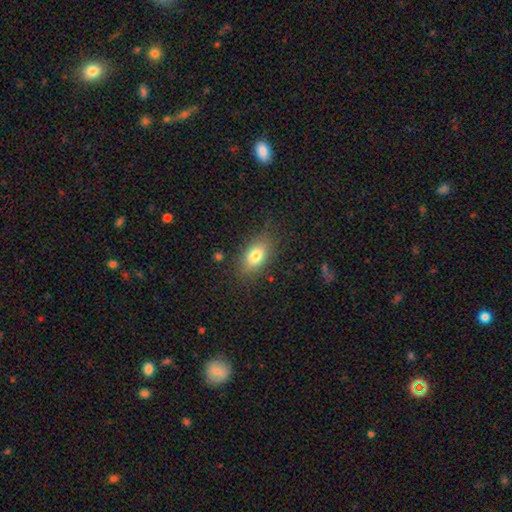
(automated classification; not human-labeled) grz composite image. It shows a smooth galaxy with no disk features (80%) that is in between round and cigar-shaped (87%). Merging: none (81%).